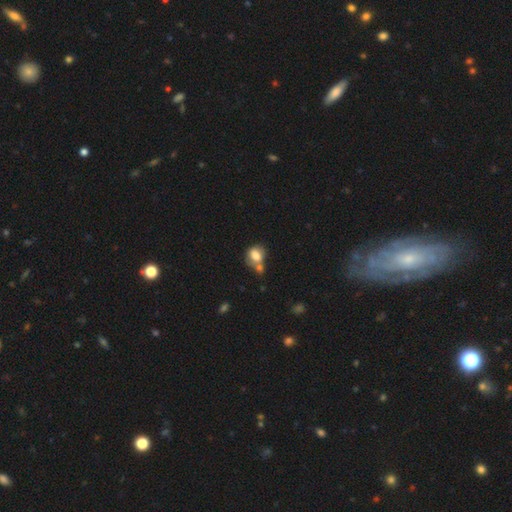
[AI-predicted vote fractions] The model was most divided on "merging": merger: 39%, none: 36%, minor disturbance: 17%, major disturbance: 7%. More confident: smooth or featured — smooth (77%); how rounded — round (52%).